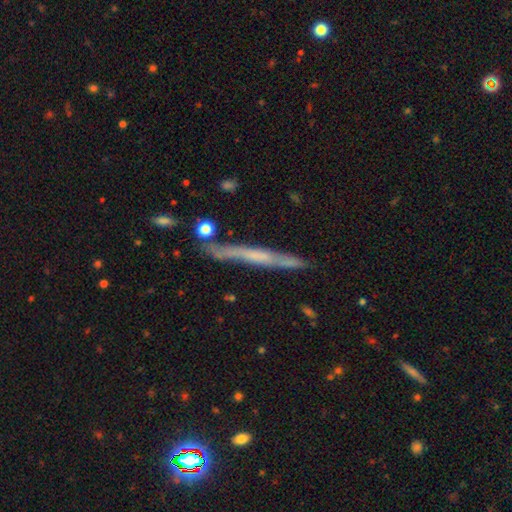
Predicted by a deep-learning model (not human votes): Smooth or featured: featured or disk — 57% (smooth — 36%)
Edge-on disk: yes — 93% (no — 7%)
Edge-on bulge: none — 72% (rounded — 17%)
Merging: none — 79% (minor disturbance — 14%)